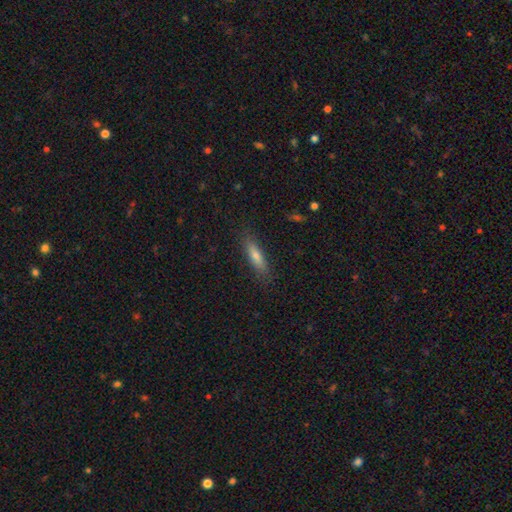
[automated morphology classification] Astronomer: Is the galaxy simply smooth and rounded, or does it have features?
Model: smooth — 68%.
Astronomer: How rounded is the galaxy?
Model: cigar-shaped — 76%.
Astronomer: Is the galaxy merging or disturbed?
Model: none — 86%.